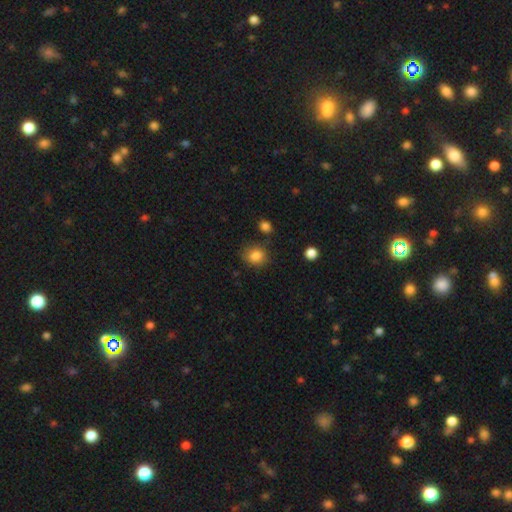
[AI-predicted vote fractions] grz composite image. It shows a smooth galaxy with no disk features (85%) that is round (69%). Merging: none (74%).